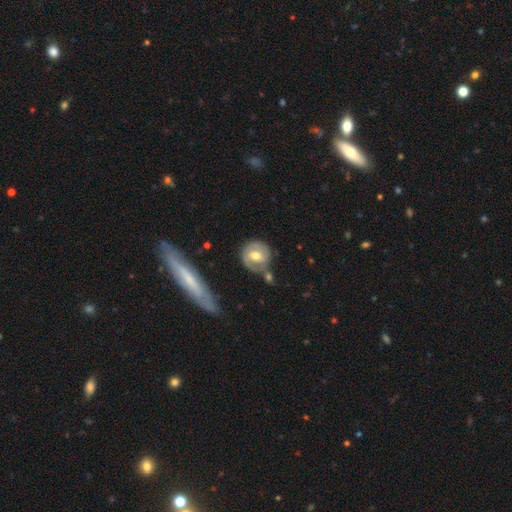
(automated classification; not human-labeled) featured or disk 60%, smooth 34%, star or artifact 6%. Down the decision tree: edge-on disk — no (94%); bar — weak (48%); spiral arms — yes (75%); bulge size — moderate (74%); merging — none (62%).